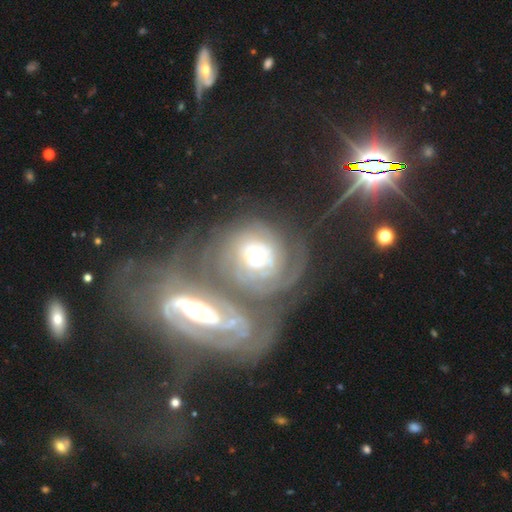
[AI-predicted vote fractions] Q: Smooth or featured?
A: featured or disk (77%); runner-up: smooth (16%)
Q: Edge-on disk?
A: no (95%); runner-up: yes (5%)
Q: Bar?
A: no (67%); runner-up: weak (22%)
Q: Spiral arms?
A: yes (89%); runner-up: no (11%)
Q: Spiral winding?
A: tight (67%); runner-up: medium (25%)
Q: Spiral arm count?
A: can't tell (35%); runner-up: 2 (30%)
Q: Bulge size?
A: moderate (67%); runner-up: large (17%)
Q: Merging?
A: merger (61%); runner-up: none (21%)